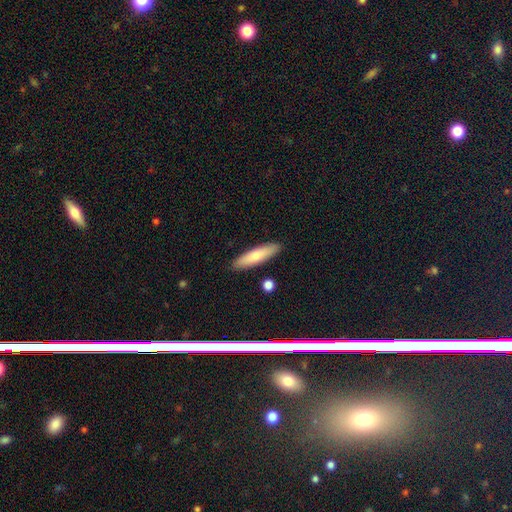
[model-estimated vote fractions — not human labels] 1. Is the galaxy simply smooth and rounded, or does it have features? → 73% smooth, 22% featured or disk, 6% star or artifact.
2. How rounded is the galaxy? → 73% cigar-shaped, 25% in between, 2% round.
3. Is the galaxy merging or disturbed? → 89% none, 8% minor disturbance, 2% merger, 2% major disturbance.